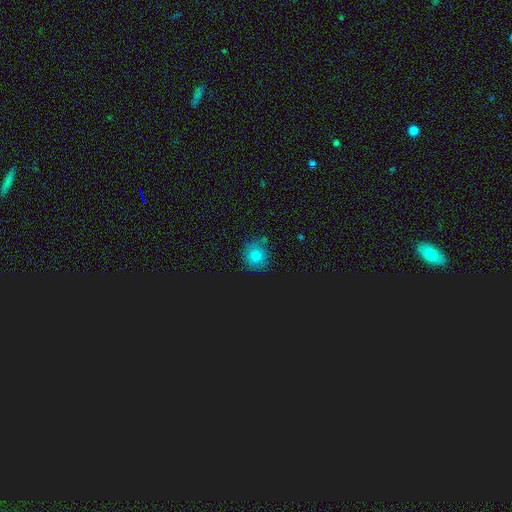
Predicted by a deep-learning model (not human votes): The model was most divided on "smooth or featured": smooth: 72%, star or artifact: 20%, featured or disk: 9%. More confident: how rounded — round (88%); merging — none (82%).